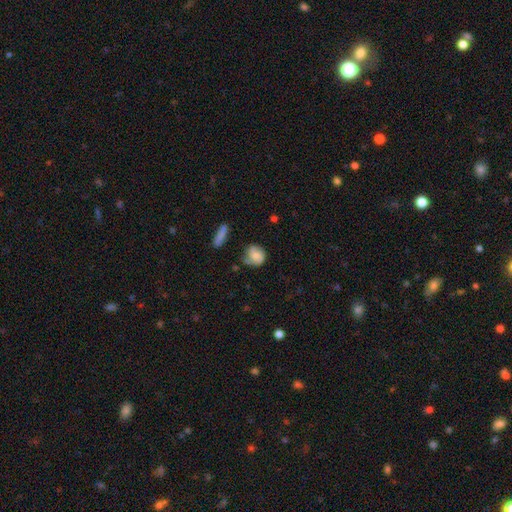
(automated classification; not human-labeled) smooth-or-featured: smooth: 59% | featured or disk: 34% | star or artifact: 7%
  how-rounded: round: 73% | in between: 25% | cigar-shaped: 2%
  merging: none: 53% | minor disturbance: 29% | major disturbance: 13% | merger: 4%